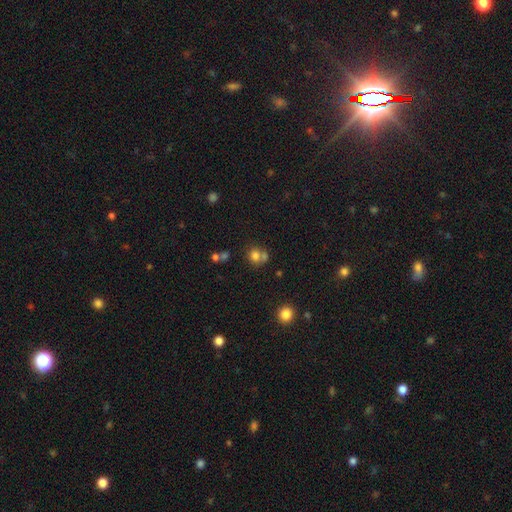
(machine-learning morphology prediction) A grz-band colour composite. It shows a smooth galaxy with no disk features (74%) that is round (80%). Merging: none (48%).